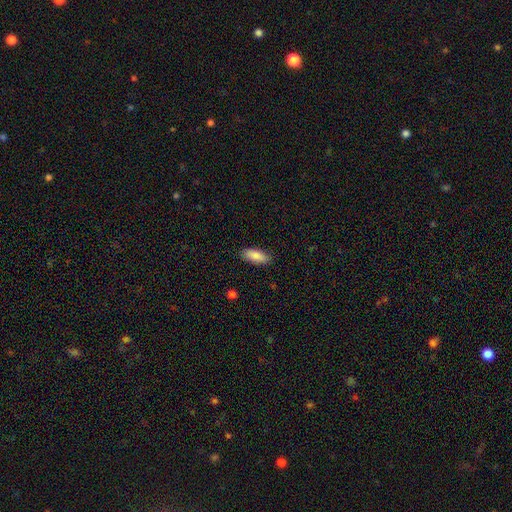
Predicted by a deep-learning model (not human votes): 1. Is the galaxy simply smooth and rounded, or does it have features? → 86% smooth, 8% featured or disk, 6% star or artifact.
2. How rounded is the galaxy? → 78% in between, 20% cigar-shaped, 2% round.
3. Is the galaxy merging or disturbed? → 88% none, 9% minor disturbance, 2% major disturbance, 1% merger.